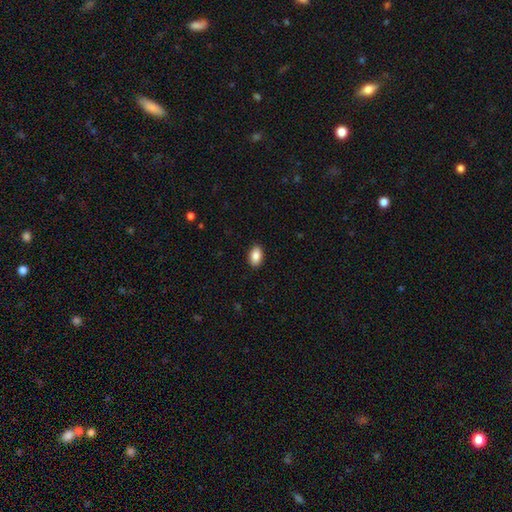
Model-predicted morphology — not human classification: The model was most divided on "smooth or featured": smooth: 88%, star or artifact: 7%, featured or disk: 5%. More confident: how rounded — in between (92%); merging — none (90%).